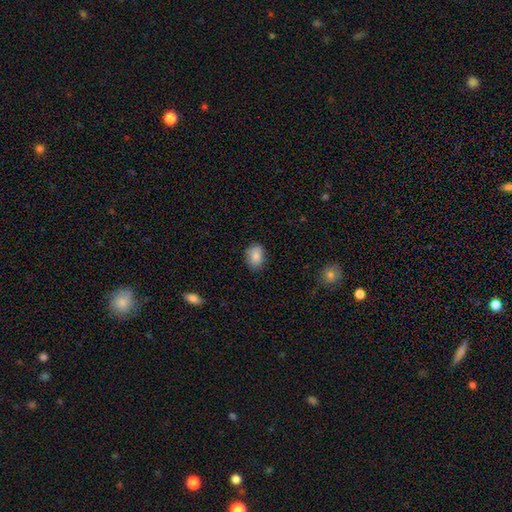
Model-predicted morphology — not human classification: smooth_or_featured: smooth (p=0.84) [alt: featured or disk p=0.08]
how_rounded: in between (p=0.67) [alt: round p=0.32]
merging: none (p=0.78) [alt: minor disturbance p=0.17]